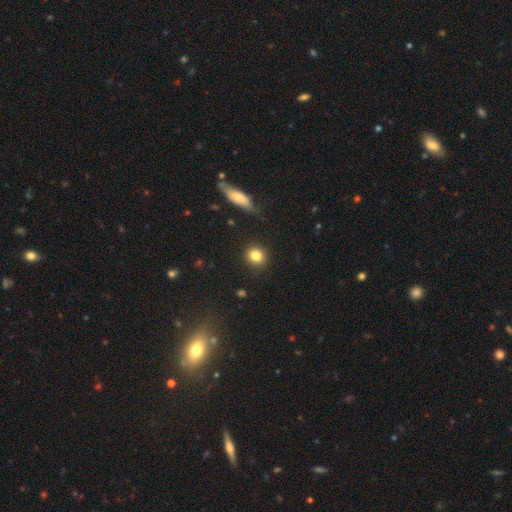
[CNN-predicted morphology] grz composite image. It shows a smooth galaxy with no disk features (84%) that is round (85%). Merging: none (89%).